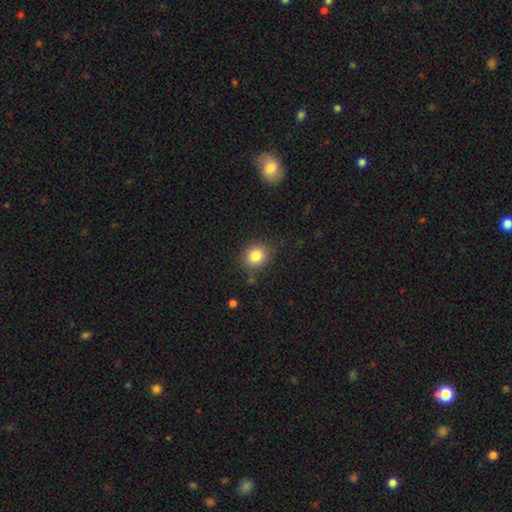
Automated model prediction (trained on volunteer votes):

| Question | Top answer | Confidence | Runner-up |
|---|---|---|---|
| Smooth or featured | smooth | 83% | star or artifact (11%) |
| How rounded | round | 83% | in between (16%) |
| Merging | none | 82% | minor disturbance (12%) |